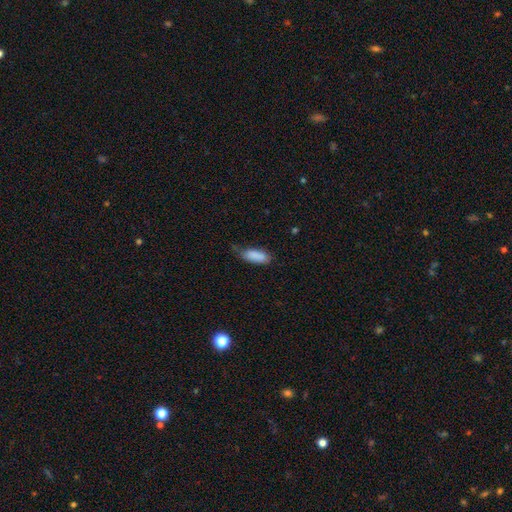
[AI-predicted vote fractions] Morphology: type=smooth (86%); roundness=in between (80%); merging=none (47%).